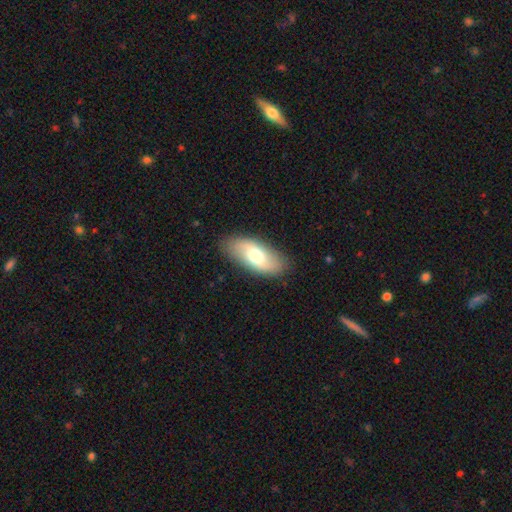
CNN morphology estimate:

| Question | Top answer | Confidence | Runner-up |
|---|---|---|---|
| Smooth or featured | smooth | 64% | featured or disk (30%) |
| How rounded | in between | 89% | cigar-shaped (8%) |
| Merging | none | 85% | minor disturbance (11%) |